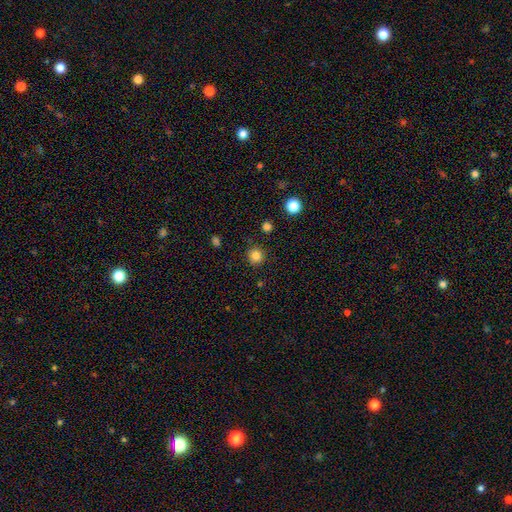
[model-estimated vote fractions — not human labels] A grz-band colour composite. It shows a smooth galaxy with no disk features (84%) that is round (93%). Merging: none (89%).